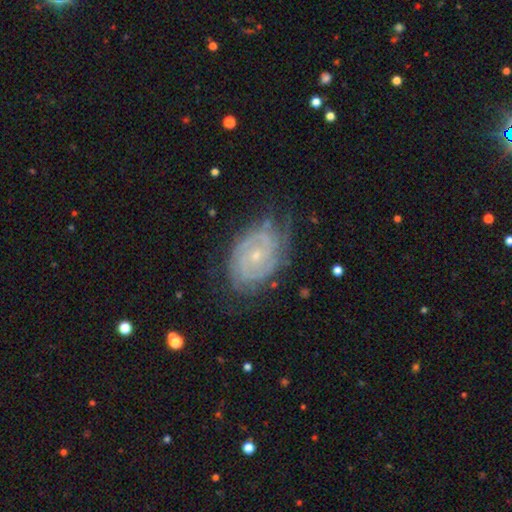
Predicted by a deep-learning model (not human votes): Smooth or featured: featured or disk — 84% (smooth — 10%)
Edge-on disk: no — 97% (yes — 3%)
Bar: no — 73% (weak — 22%)
Spiral arms: yes — 95% (no — 5%)
Spiral winding: tight — 76% (medium — 20%)
Spiral arm count: 2 — 41% (can't tell — 29%)
Bulge size: small — 77% (moderate — 20%)
Merging: none — 70% (minor disturbance — 21%)